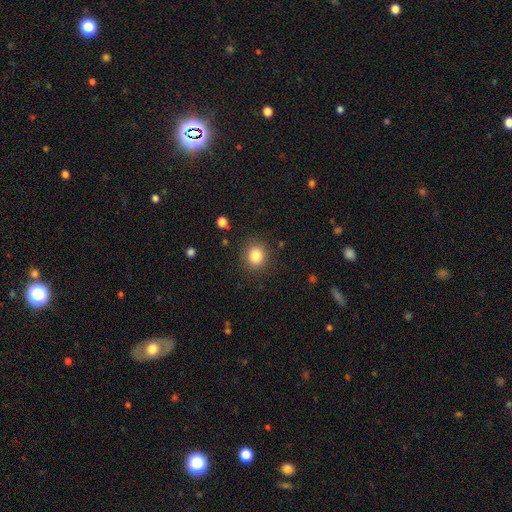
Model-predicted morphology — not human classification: This appears to be a smooth galaxy with no disk features (83%) that is round (83%). Merging: none (88%).